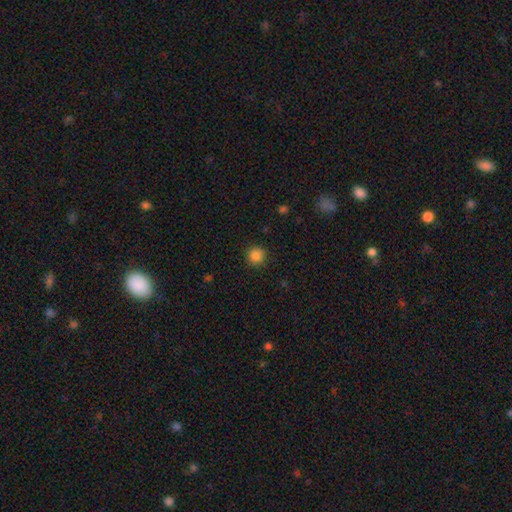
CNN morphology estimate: smooth_or_featured: smooth (p=0.85) [alt: star or artifact p=0.11]
how_rounded: round (p=0.94) [alt: in between p=0.05]
merging: none (p=0.90) [alt: minor disturbance p=0.07]